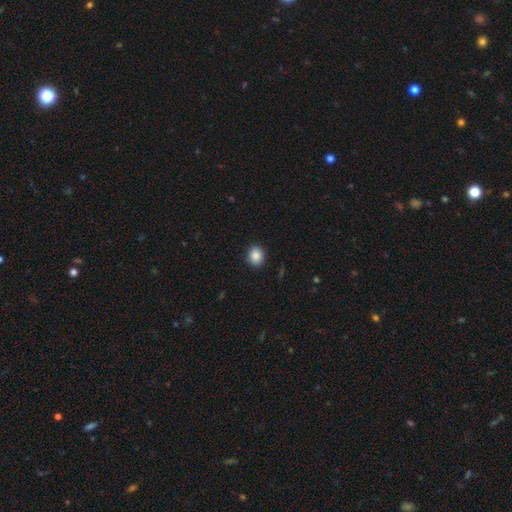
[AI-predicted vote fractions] Smooth or featured? smooth (88%)
How rounded? round (62%)
Merging? none (91%)